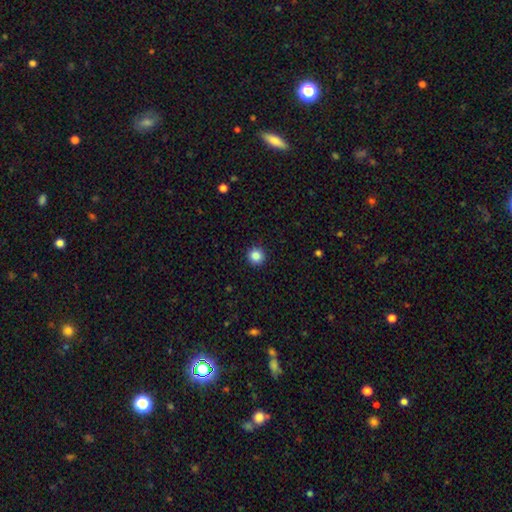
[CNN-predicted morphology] A smooth galaxy with no disk features (86%) that is round (95%). Merging: none (92%).